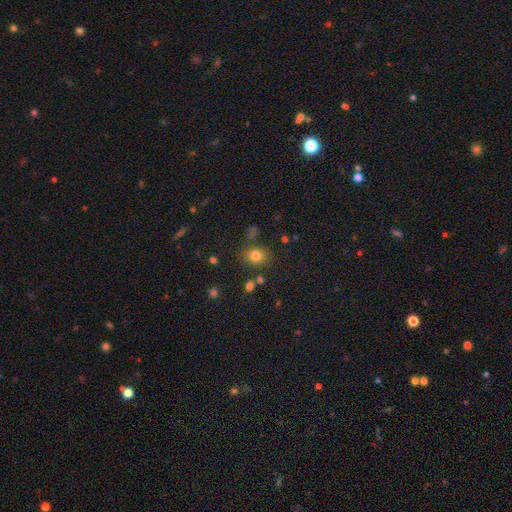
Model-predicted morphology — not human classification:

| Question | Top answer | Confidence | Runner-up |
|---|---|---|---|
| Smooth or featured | smooth | 79% | star or artifact (13%) |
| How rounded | round | 61% | in between (38%) |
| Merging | none | 75% | minor disturbance (14%) |